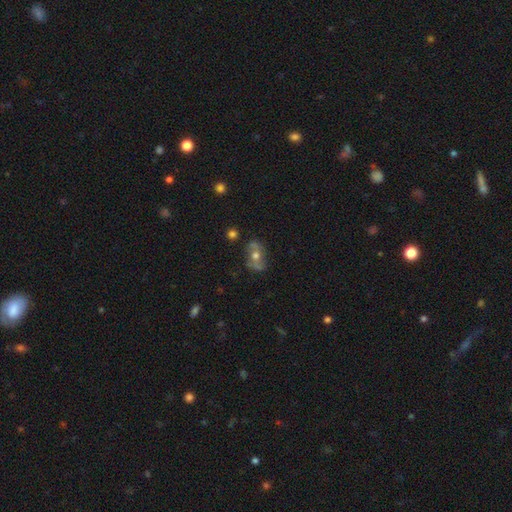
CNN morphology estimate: smooth-or-featured: featured or disk: 51% | smooth: 37% | star or artifact: 12%
  disk-edge-on: no: 86% | yes: 14%
  merging: none: 70% | minor disturbance: 18% | major disturbance: 7% | merger: 5%